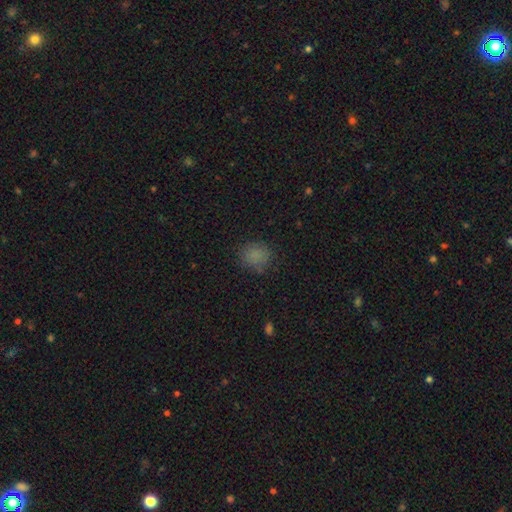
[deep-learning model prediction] The model was most divided on "how rounded": round: 79%, in between: 20%, cigar-shaped: 1%. More confident: smooth or featured — smooth (82%); merging — none (81%).